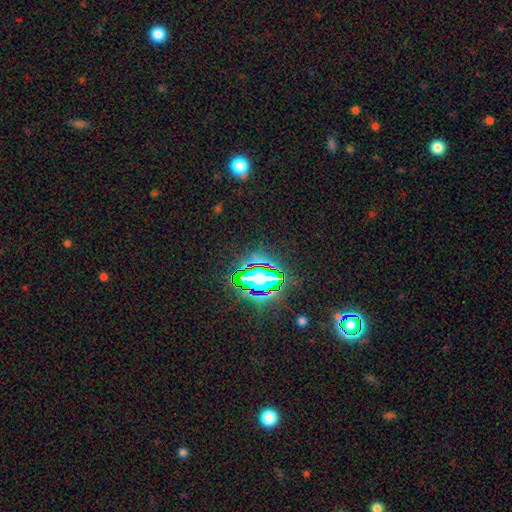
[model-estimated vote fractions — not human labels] Smooth or featured: star or artifact — 72% (smooth — 17%)